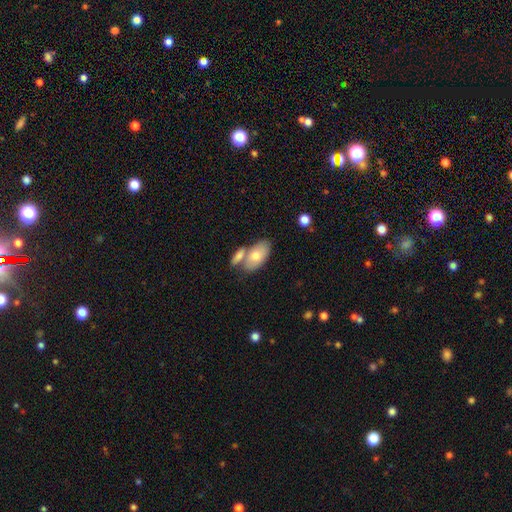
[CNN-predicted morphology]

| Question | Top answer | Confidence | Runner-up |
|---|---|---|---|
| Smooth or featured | smooth | 71% | featured or disk (23%) |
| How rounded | in between | 92% | round (5%) |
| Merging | none | 47% | merger (37%) |